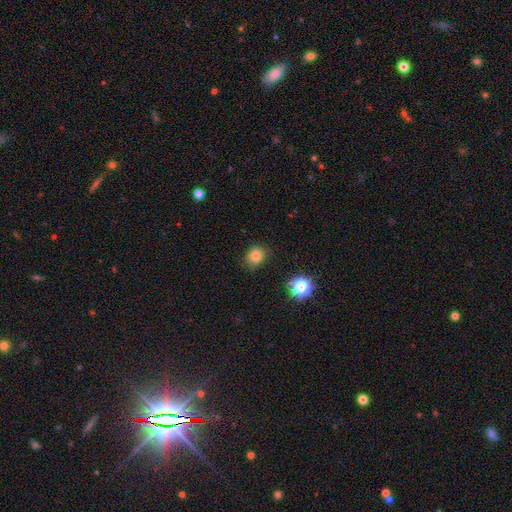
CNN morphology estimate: This is clearly a smooth galaxy (81%). How rounded: likely round (62%). Merging: likely none (76%).